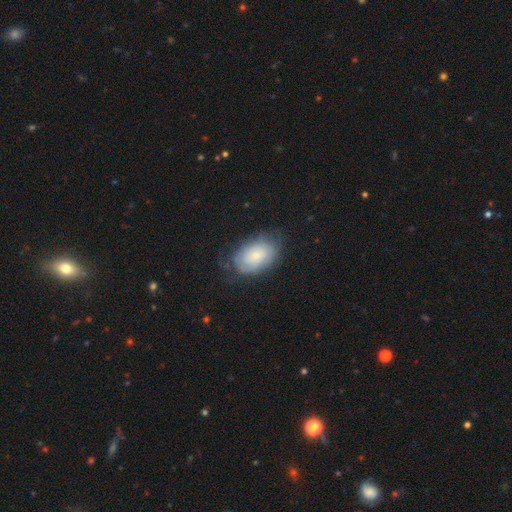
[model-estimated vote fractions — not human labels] Overall: smooth (56%; featured or disk 36%). How rounded: in between (90%). Merging: none (62%; minor disturbance 26%).